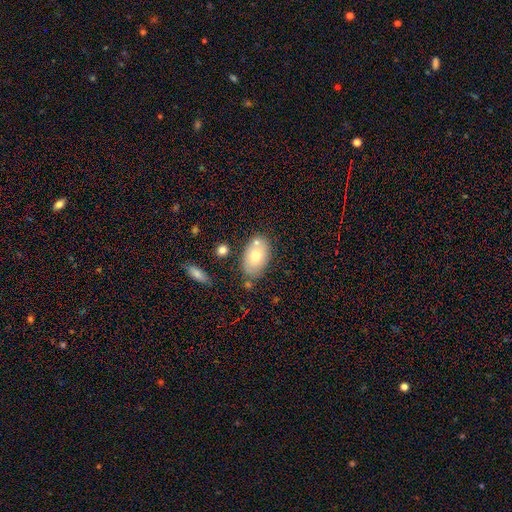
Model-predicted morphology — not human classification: type=smooth (69%); roundness=in between (91%); merging=none (69%).